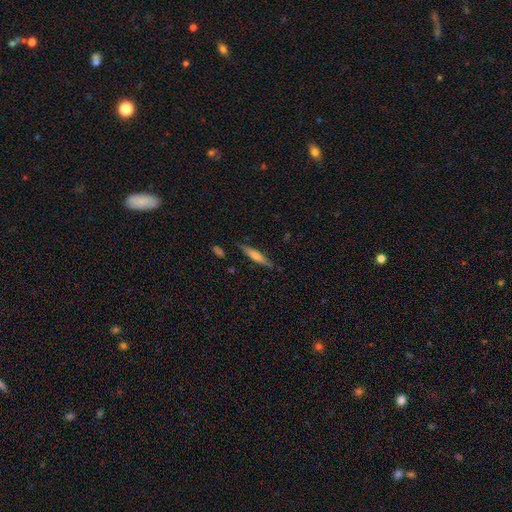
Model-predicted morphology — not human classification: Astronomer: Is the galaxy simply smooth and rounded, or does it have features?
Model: featured or disk — 48% (runner-up: smooth, 45%).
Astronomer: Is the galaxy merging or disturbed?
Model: none — 84%.